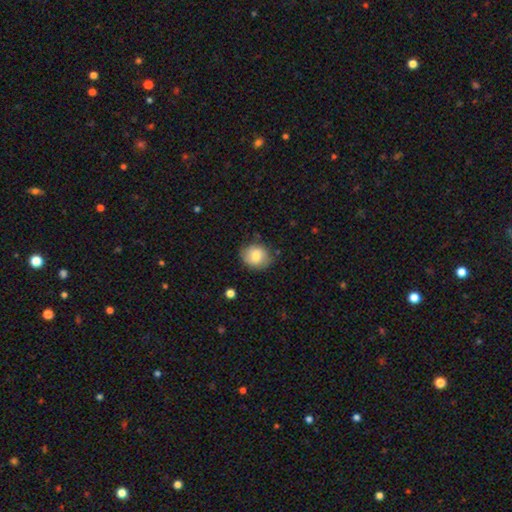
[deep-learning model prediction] smooth_or_featured: smooth (p=0.77) [alt: featured or disk p=0.15]
how_rounded: round (p=0.67) [alt: in between p=0.32]
merging: none (p=0.77) [alt: minor disturbance p=0.18]